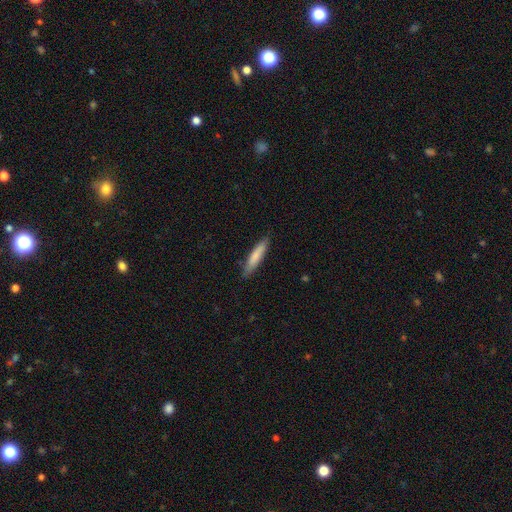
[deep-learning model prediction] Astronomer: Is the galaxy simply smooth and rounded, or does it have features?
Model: smooth — 78%.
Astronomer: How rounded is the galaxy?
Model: cigar-shaped — 87%.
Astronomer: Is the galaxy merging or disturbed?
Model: none — 85%.